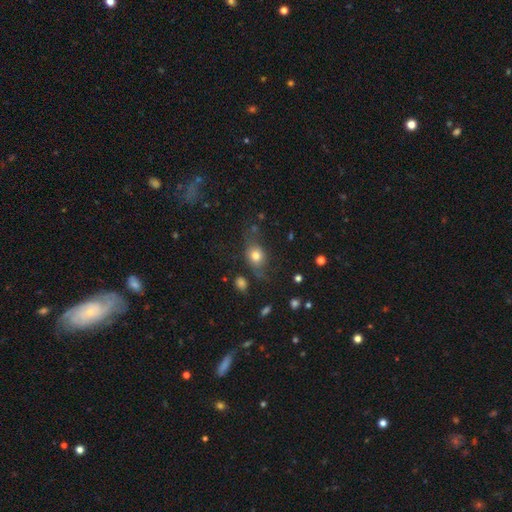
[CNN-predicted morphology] The model was most divided on "how rounded": in between: 49%, round: 47%, cigar-shaped: 3%. More confident: smooth or featured — smooth (71%); merging — none (59%).